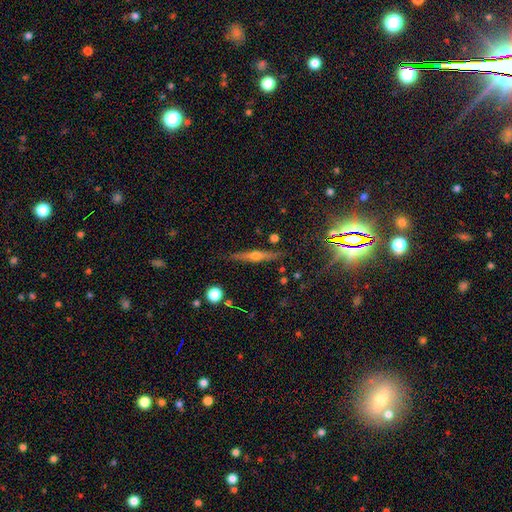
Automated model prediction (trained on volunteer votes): This appears to be a featured or disk galaxy (66%) viewed edge-on (96%) with a rounded central bulge (89%). Merging: none (85%).